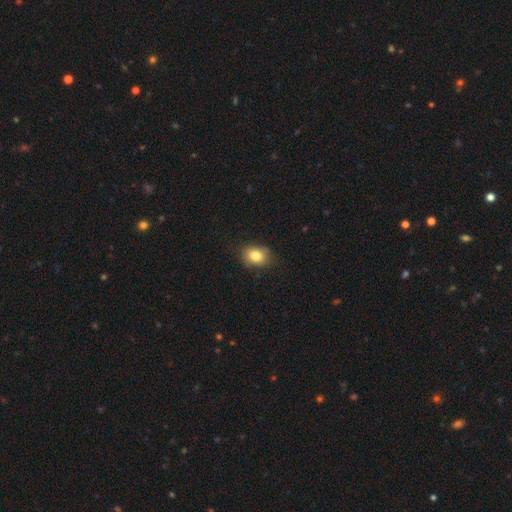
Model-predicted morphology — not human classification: smooth 83%, star or artifact 9%, featured or disk 8%. Down the decision tree: how rounded — in between (60%); merging — none (81%).